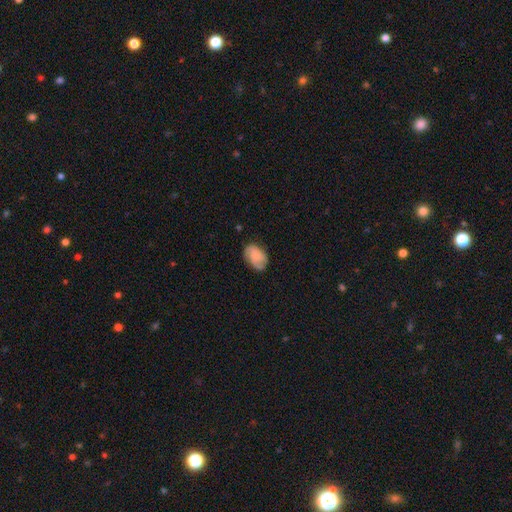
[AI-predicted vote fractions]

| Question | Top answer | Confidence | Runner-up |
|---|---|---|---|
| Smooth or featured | smooth | 52% | featured or disk (40%) |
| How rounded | in between | 84% | round (14%) |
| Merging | none | 69% | minor disturbance (22%) |